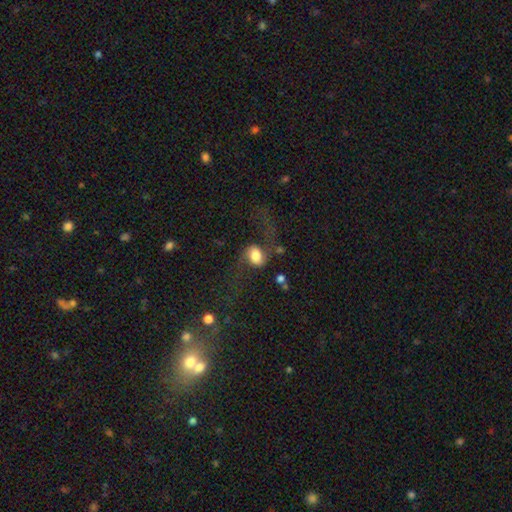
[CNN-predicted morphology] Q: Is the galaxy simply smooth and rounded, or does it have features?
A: featured or disk — 54%.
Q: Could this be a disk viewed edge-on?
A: no — 95%.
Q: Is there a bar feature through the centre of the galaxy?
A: no — 52%.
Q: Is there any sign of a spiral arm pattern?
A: yes — 86%.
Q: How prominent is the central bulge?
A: large — 42%.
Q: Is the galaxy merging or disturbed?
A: none — 49%.